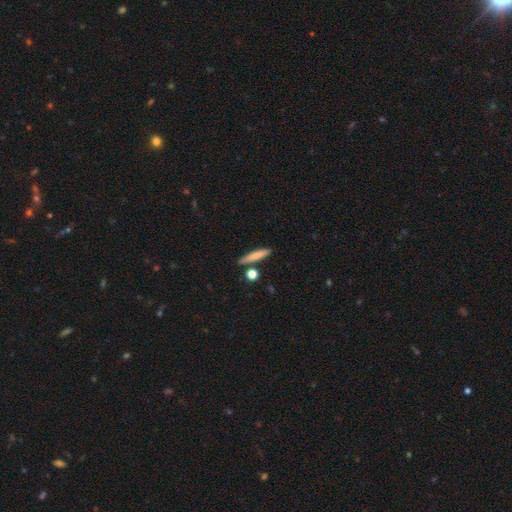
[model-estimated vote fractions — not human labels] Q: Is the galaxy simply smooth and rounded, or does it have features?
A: smooth — 78%.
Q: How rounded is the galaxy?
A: cigar-shaped — 85%.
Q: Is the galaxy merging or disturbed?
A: none — 80%.